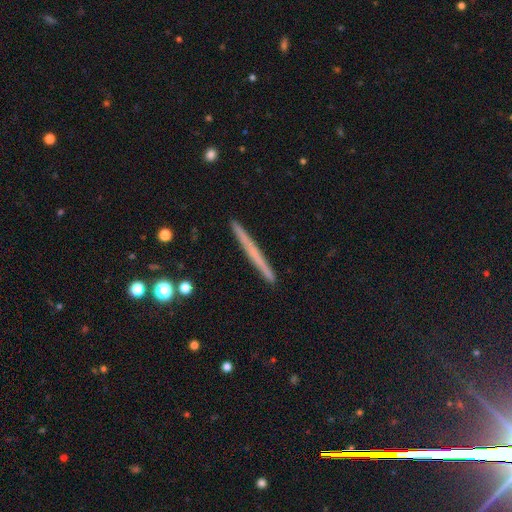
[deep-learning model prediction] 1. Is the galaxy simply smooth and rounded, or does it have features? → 51% smooth, 42% featured or disk, 7% star or artifact.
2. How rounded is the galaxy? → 97% cigar-shaped, 2% in between, 2% round.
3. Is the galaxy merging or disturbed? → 91% none, 6% minor disturbance, 1% merger, 1% major disturbance.